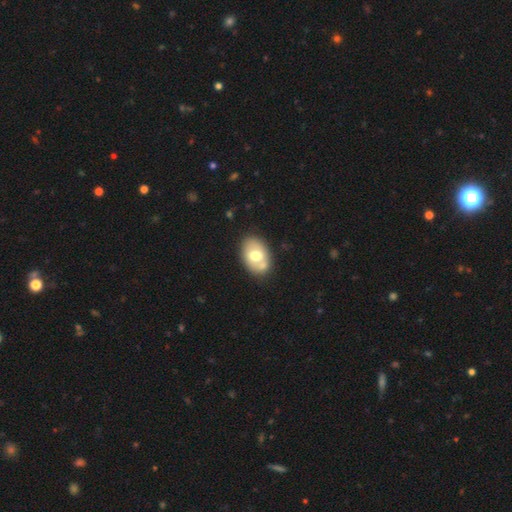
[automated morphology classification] Q: Smooth or featured?
A: smooth (62%); runner-up: featured or disk (31%)
Q: How rounded?
A: in between (84%); runner-up: round (15%)
Q: Merging?
A: none (64%); runner-up: minor disturbance (16%)